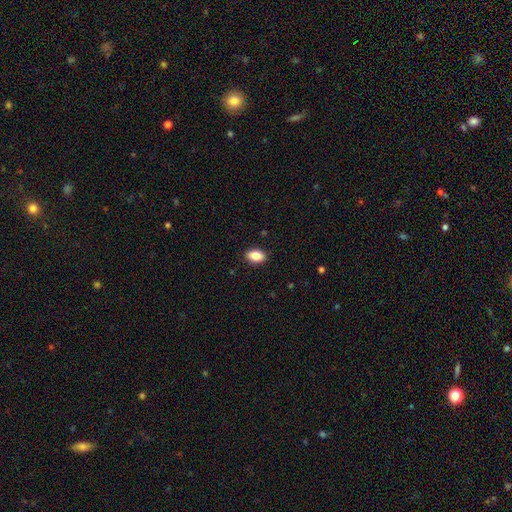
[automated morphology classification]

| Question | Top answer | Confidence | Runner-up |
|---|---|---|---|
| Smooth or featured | smooth | 86% | star or artifact (7%) |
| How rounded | in between | 89% | round (8%) |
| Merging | none | 89% | minor disturbance (8%) |